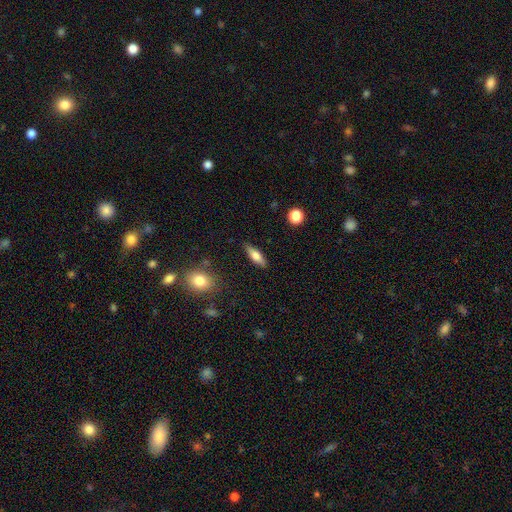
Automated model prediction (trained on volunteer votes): This appears to be a smooth galaxy with no disk features (67%) that is in between round and cigar-shaped (51%). Merging: none (86%).